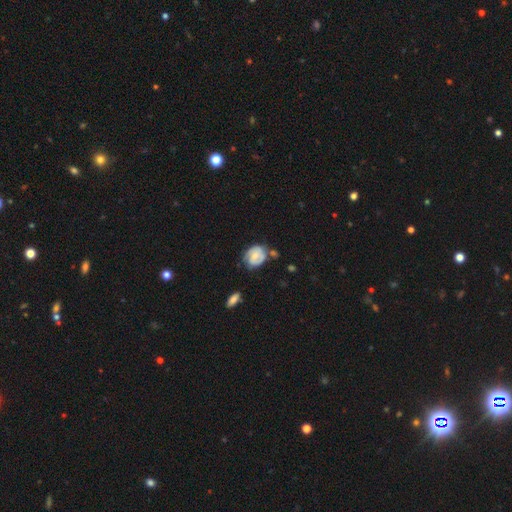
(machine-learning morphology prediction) type=featured or disk (60%); edge-on=no (97%); bar=no (64%); spiral arms=yes (80%); bulge=moderate (49%); merging=none (53%).